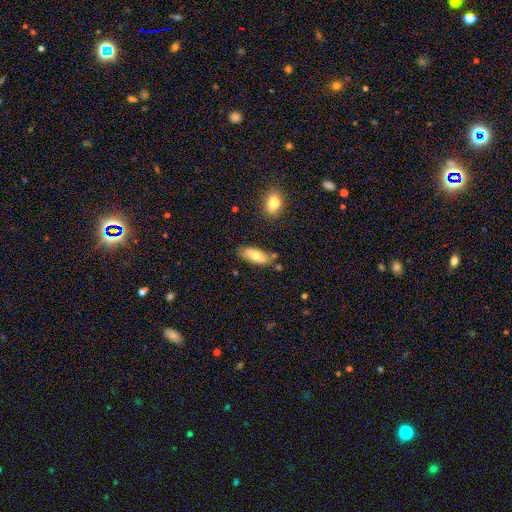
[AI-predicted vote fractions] smooth-or-featured: smooth: 65% | featured or disk: 28% | star or artifact: 7%
  how-rounded: in between: 84% | cigar-shaped: 13% | round: 3%
  merging: none: 71% | minor disturbance: 19% | merger: 6% | major disturbance: 4%